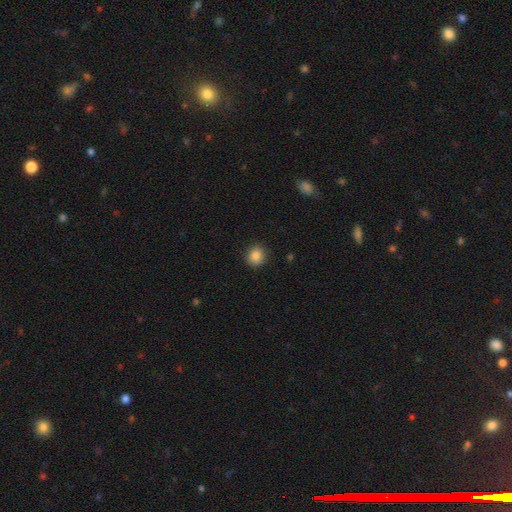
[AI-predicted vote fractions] A smooth galaxy with no disk features (87%) that is round (79%).

Vote fractions:
- Smooth or featured? smooth: 87% / star or artifact: 10% / featured or disk: 4%
- How rounded? round: 79% / in between: 20% / cigar-shaped: 1%
- Merging? none: 89% / minor disturbance: 8% / major disturbance: 2% / merger: 1%